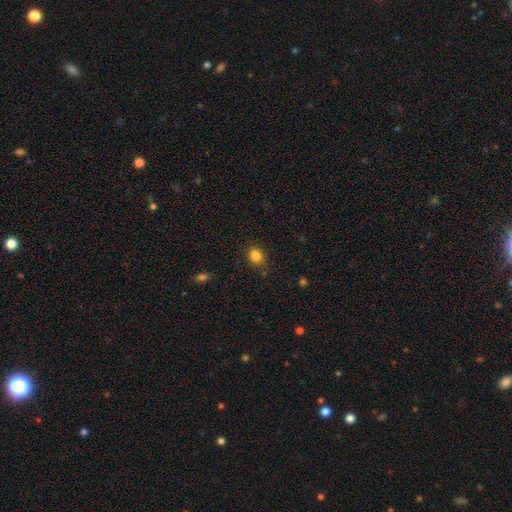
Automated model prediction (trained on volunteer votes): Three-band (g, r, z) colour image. It shows a smooth galaxy with no disk features (84%) that is in between round and cigar-shaped (66%). Merging: none (71%).